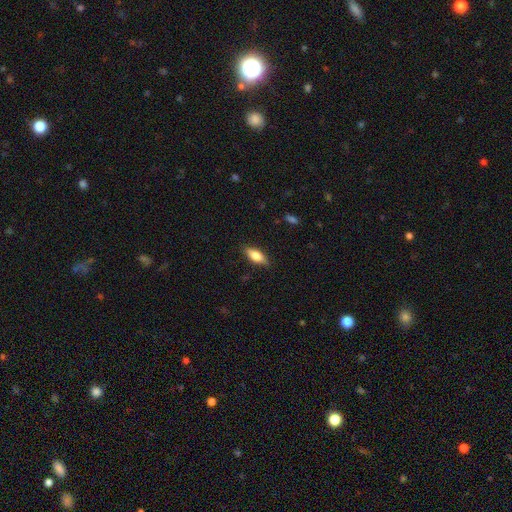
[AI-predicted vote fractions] Smooth or featured? Predicted: smooth (p=0.74). How rounded? Predicted: in between (p=0.75). Merging? Predicted: none (p=0.85).